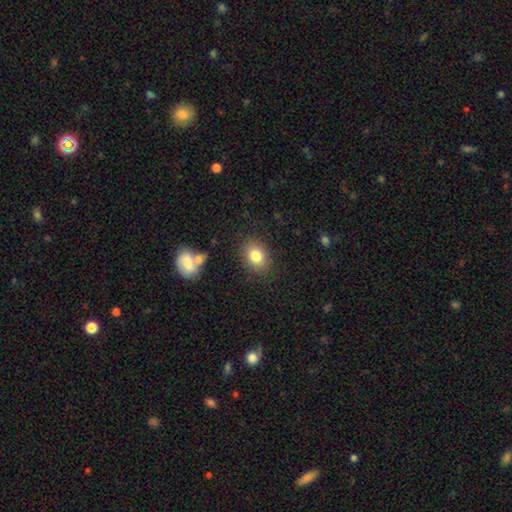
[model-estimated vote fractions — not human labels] Smooth or featured?
  - smooth: 82% *
  - star or artifact: 9%
  - featured or disk: 9%
How rounded?
  - in between: 60% *
  - round: 39%
  - cigar-shaped: 1%
Merging?
  - none: 82% *
  - minor disturbance: 11%
  - merger: 3%
  - major disturbance: 3%